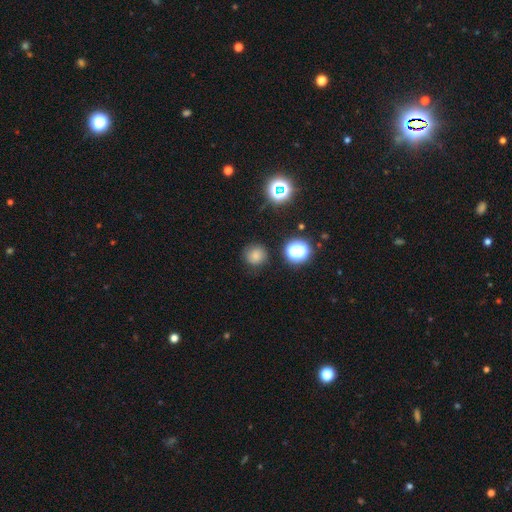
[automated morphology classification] Overall: smooth (74%). How rounded: round (92%). Merging: none (83%).